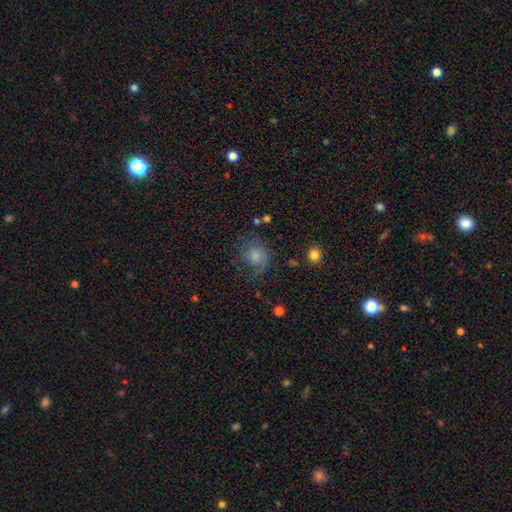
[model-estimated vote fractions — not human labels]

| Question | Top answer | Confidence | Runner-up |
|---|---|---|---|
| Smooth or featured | smooth | 70% | featured or disk (18%) |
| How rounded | round | 67% | in between (32%) |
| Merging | none | 52% | minor disturbance (24%) |